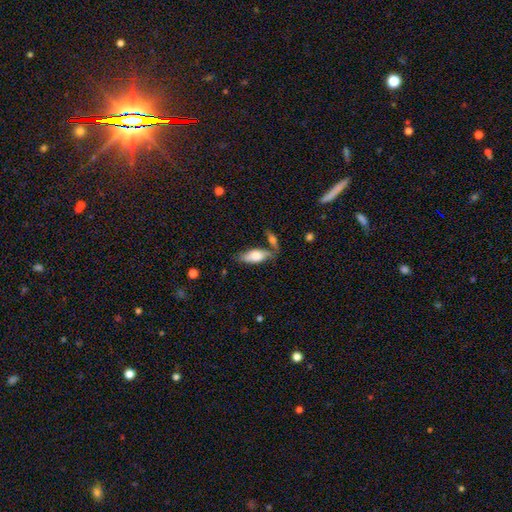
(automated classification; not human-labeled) Smooth or featured: smooth — 68% (featured or disk — 26%)
How rounded: in between — 75% (cigar-shaped — 22%)
Merging: none — 60% (minor disturbance — 19%)